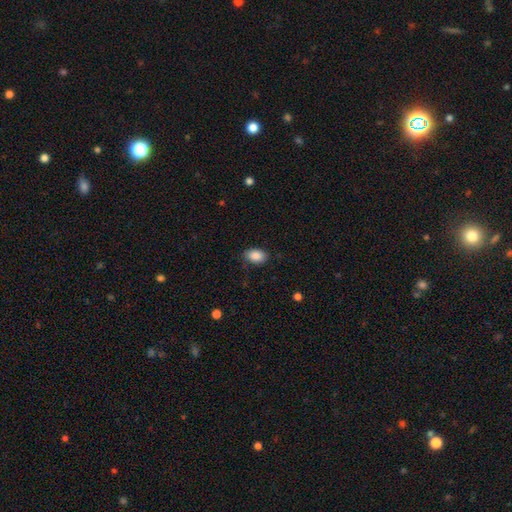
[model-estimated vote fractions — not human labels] Smooth or featured?
  - smooth: 88% *
  - star or artifact: 7%
  - featured or disk: 4%
How rounded?
  - in between: 87% *
  - round: 11%
  - cigar-shaped: 1%
Merging?
  - none: 80% *
  - minor disturbance: 15%
  - major disturbance: 3%
  - merger: 1%